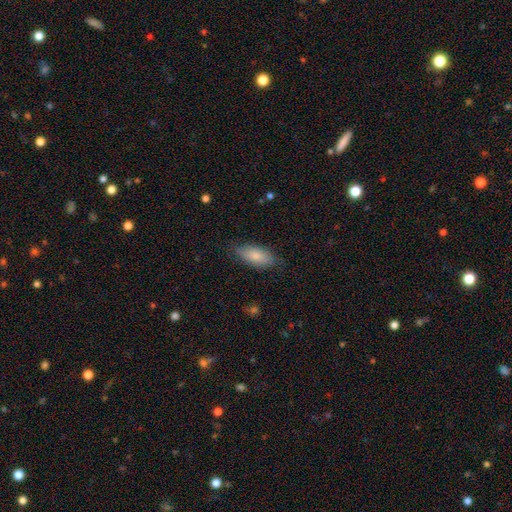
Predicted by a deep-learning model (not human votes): Smooth or featured: smooth — 82% (featured or disk — 12%)
How rounded: in between — 86% (cigar-shaped — 12%)
Merging: none — 78% (minor disturbance — 17%)